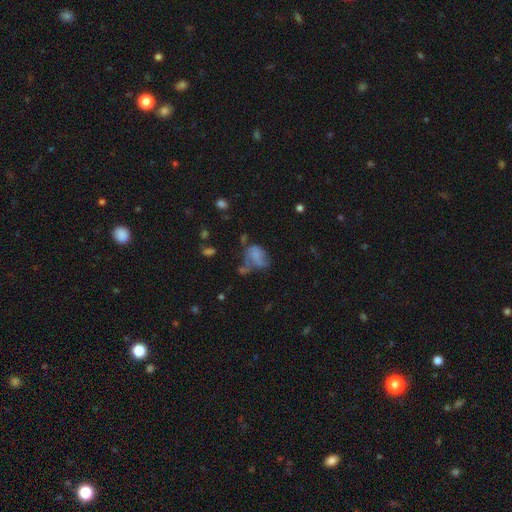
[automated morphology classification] This appears to be a smooth galaxy with no disk features (55%) that is in between round and cigar-shaped (75%). Merging: major disturbance (35%).